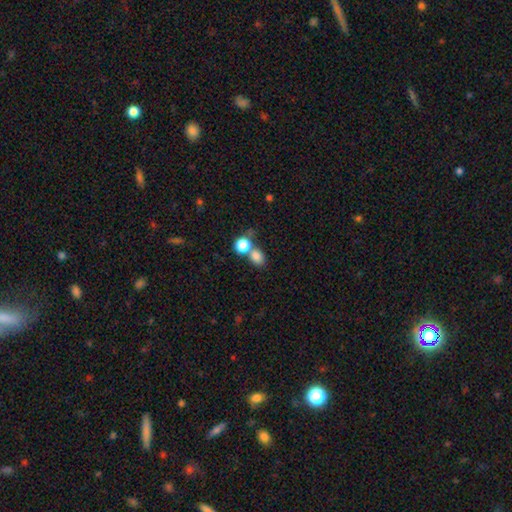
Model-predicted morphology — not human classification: type=smooth (80%); roundness=in between (51%); merging=none (47%).